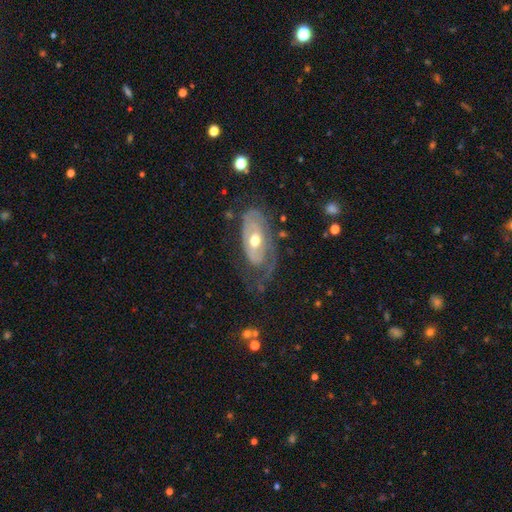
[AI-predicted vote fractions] Smooth or featured? Predicted: featured or disk (p=0.76). Edge-on disk? Predicted: no (p=0.91). Bar? Predicted: no (p=0.69). Spiral arms? Predicted: yes (p=0.74). Spiral winding? Predicted: tight (p=0.55). Spiral arm count? Predicted: 2 (p=0.34). Bulge size? Predicted: moderate (p=0.67). Merging? Predicted: none (p=0.52).